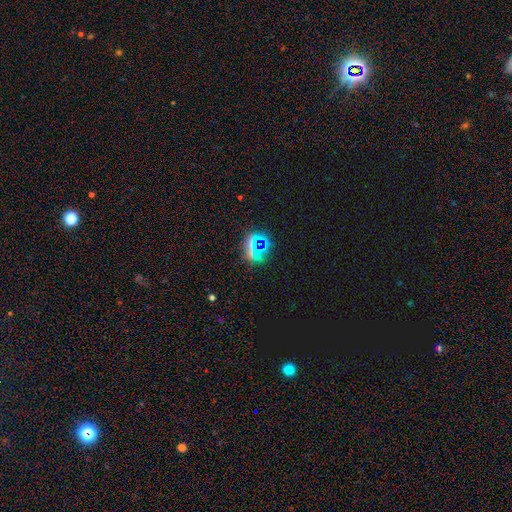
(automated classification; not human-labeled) Smooth or featured: star or artifact — 66% (smooth — 25%)